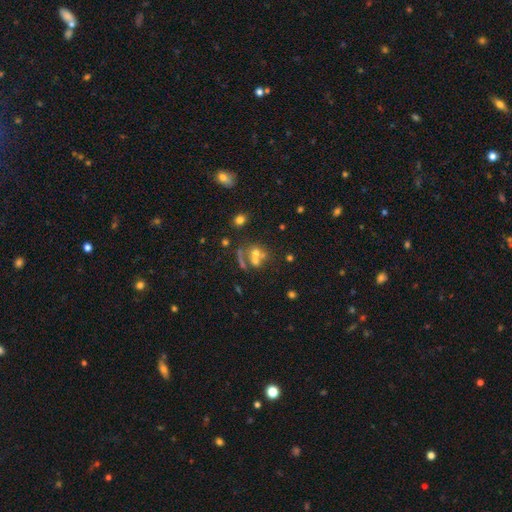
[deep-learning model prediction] smooth_or_featured: smooth (p=0.49) [alt: featured or disk p=0.30]
merging: merger (p=0.49) [alt: none p=0.32]